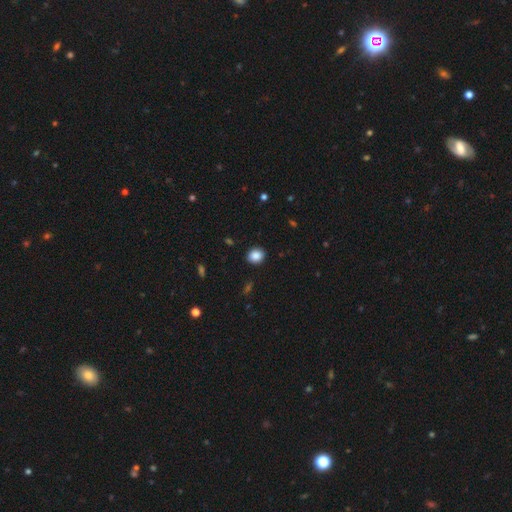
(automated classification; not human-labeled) This appears to be a smooth galaxy with no disk features (87%) that is round (68%). Merging: none (90%).